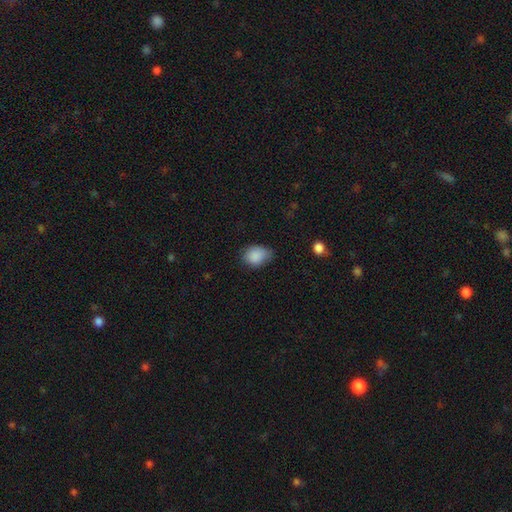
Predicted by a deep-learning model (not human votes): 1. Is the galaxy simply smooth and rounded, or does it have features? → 87% smooth, 8% star or artifact, 5% featured or disk.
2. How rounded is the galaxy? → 60% in between, 39% round, 1% cigar-shaped.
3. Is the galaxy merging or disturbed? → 60% none, 32% minor disturbance, 6% major disturbance, 2% merger.